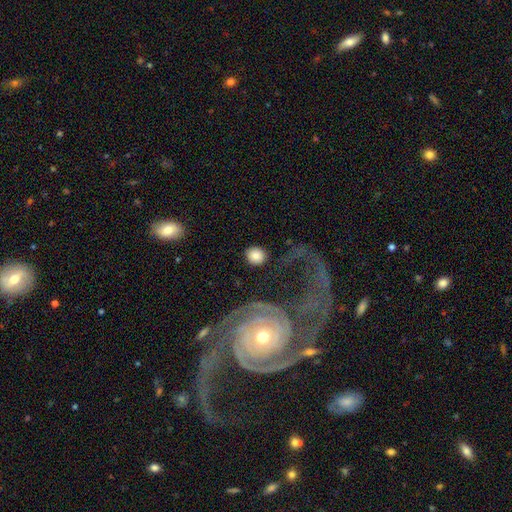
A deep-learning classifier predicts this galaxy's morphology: Smooth or featured?
  - smooth: 80% *
  - featured or disk: 12%
  - star or artifact: 8%
How rounded?
  - round: 85% *
  - in between: 14%
  - cigar-shaped: 1%
Merging?
  - none: 76% *
  - minor disturbance: 12%
  - major disturbance: 8%
  - merger: 5%